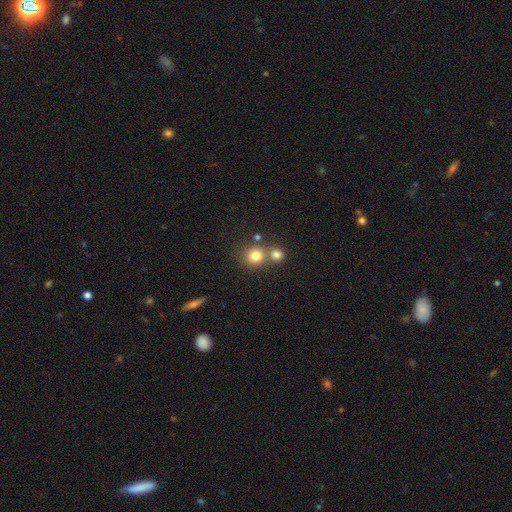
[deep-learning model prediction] A smooth galaxy with no disk features (79%) that is round (86%). Merging: none (55%).